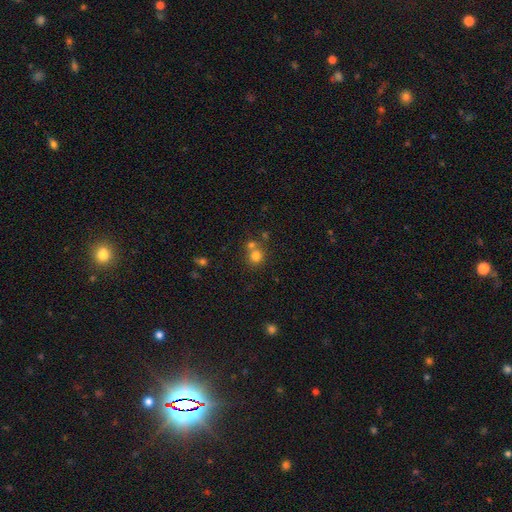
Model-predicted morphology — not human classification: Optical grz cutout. It shows a smooth galaxy with no disk features (77%) that is round (87%). Merging: none (53%).